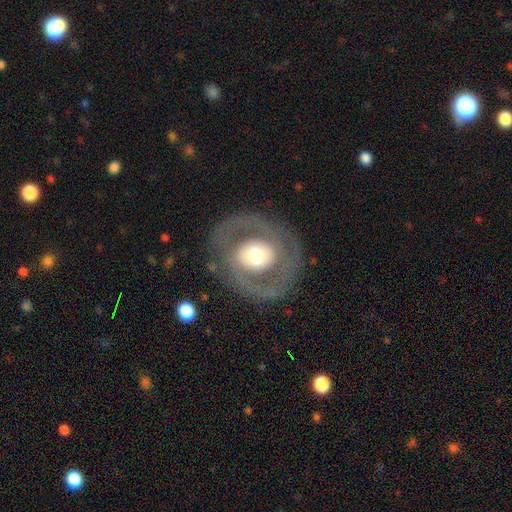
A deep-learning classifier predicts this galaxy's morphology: featured or disk 69%, smooth 25%, star or artifact 6%. Down the decision tree: edge-on disk — no (96%); bar — no (68%); spiral arms — no (54%); bulge size — moderate (51%); merging — none (79%).